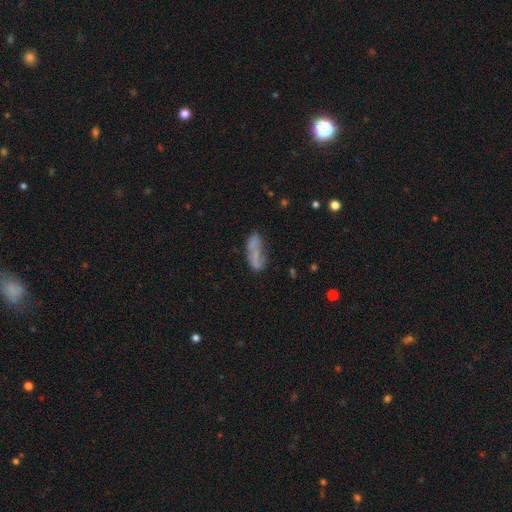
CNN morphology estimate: A smooth galaxy with no disk features (52%) that is in between round and cigar-shaped (67%). Merging: none (41%).